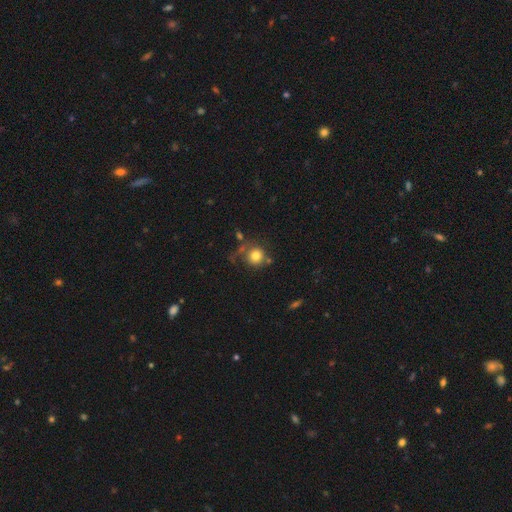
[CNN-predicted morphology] Smooth or featured? Predicted: smooth (p=0.78). How rounded? Predicted: round (p=0.90). Merging? Predicted: none (p=0.60).